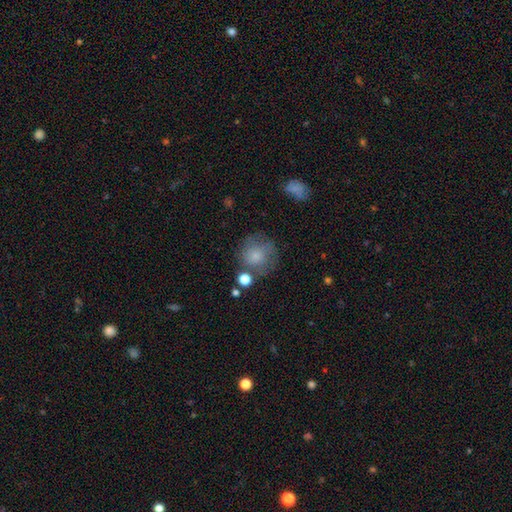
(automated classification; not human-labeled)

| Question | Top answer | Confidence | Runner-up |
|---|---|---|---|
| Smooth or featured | smooth | 76% | featured or disk (14%) |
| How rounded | round | 89% | in between (10%) |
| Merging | none | 61% | minor disturbance (20%) |